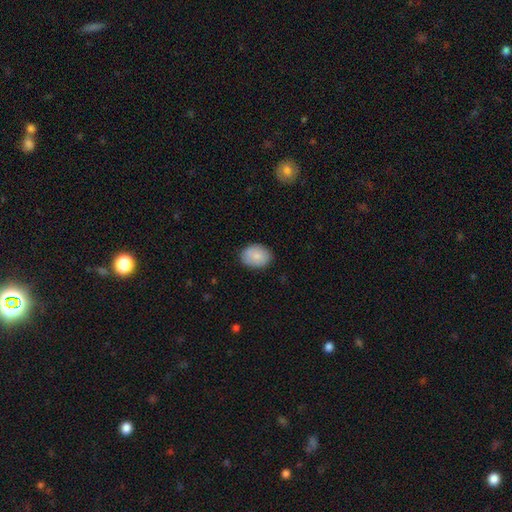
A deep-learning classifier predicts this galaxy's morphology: Smooth or featured? smooth (86%)
How rounded? in between (67%)
Merging? none (83%)